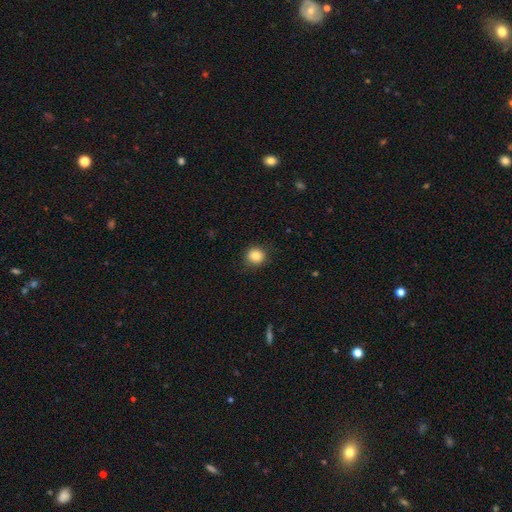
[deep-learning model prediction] This is clearly a smooth galaxy (84%). How rounded: clearly round (87%). Merging: clearly none (87%).